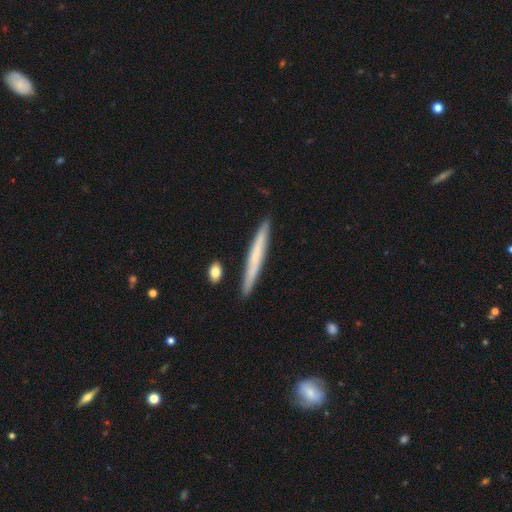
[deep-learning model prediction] A smooth galaxy with no disk features (56%) that is cigar-shaped (97%).

Vote fractions:
- Smooth or featured? smooth: 56% / featured or disk: 38% / star or artifact: 6%
- How rounded? cigar-shaped: 97% / in between: 2% / round: 1%
- Merging? none: 89% / minor disturbance: 8% / merger: 2% / major disturbance: 1%